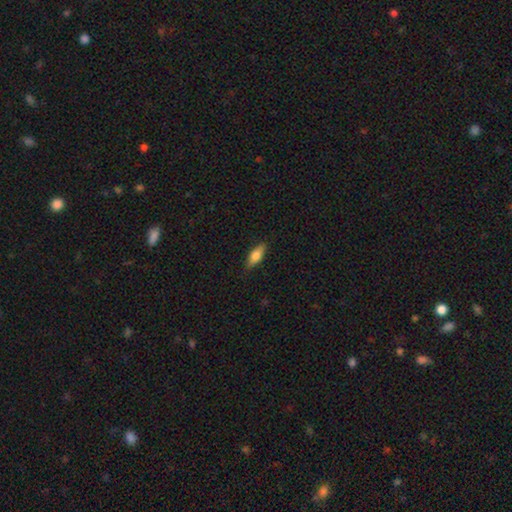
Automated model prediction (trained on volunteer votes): smooth_or_featured: smooth (p=0.73) [alt: featured or disk p=0.21]
how_rounded: in between (p=0.69) [alt: cigar-shaped p=0.28]
merging: none (p=0.85) [alt: minor disturbance p=0.12]